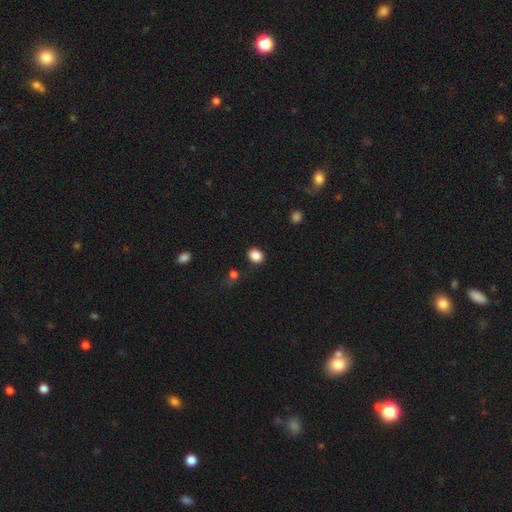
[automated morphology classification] Smooth or featured? Predicted: smooth (p=0.87). How rounded? Predicted: round (p=0.58). Merging? Predicted: none (p=0.85).